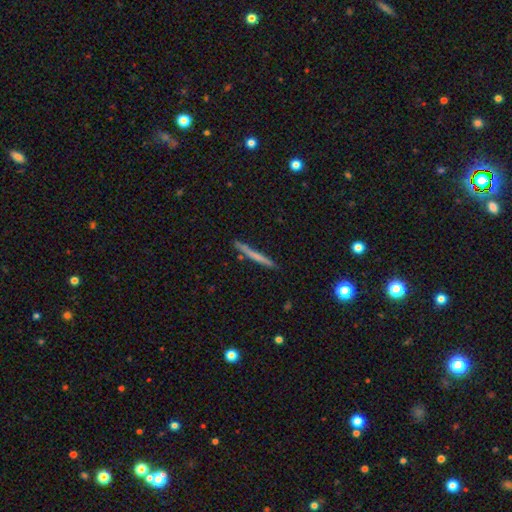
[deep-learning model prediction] Smooth or featured: smooth — 56% (featured or disk — 37%)
How rounded: cigar-shaped — 96% (in between — 2%)
Merging: none — 87% (minor disturbance — 9%)